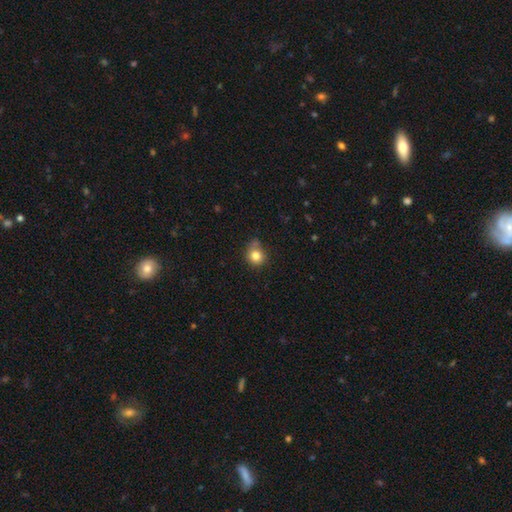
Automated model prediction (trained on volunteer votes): smooth 81%, star or artifact 11%, featured or disk 8%. Down the decision tree: how rounded — round (83%); merging — none (61%).